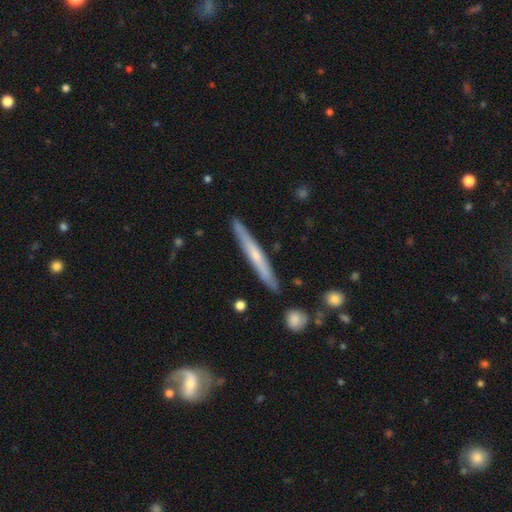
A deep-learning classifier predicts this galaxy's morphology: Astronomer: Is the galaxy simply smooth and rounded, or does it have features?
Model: featured or disk — 53% (runner-up: smooth, 41%).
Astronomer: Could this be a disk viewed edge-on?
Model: yes — 93%.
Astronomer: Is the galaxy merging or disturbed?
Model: none — 88%.